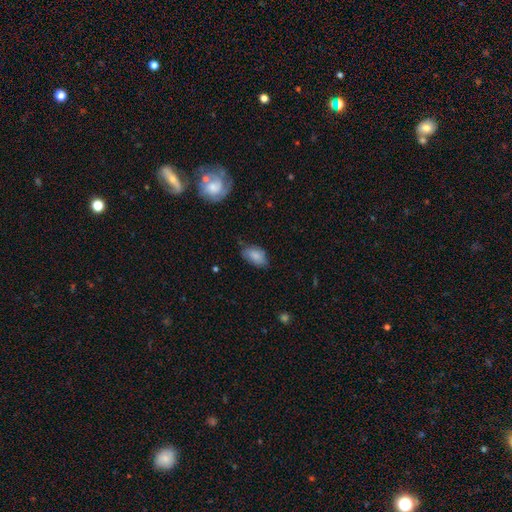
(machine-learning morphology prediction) A smooth galaxy with no disk features (79%) that is in between round and cigar-shaped (92%). Merging: none (65%).